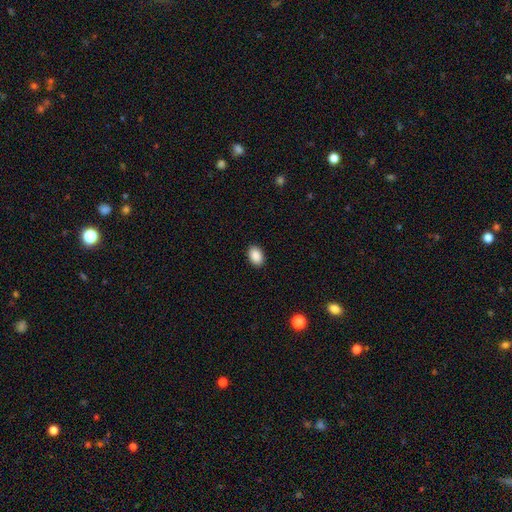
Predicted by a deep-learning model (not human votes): Smooth or featured? Predicted: smooth (p=0.90). How rounded? Predicted: in between (p=0.84). Merging? Predicted: none (p=0.90).